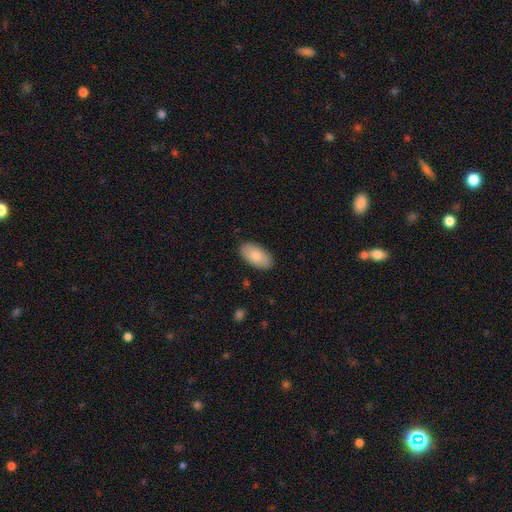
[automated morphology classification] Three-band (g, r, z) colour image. It shows a smooth galaxy with no disk features (82%) that is in between round and cigar-shaped (95%). Merging: none (87%).